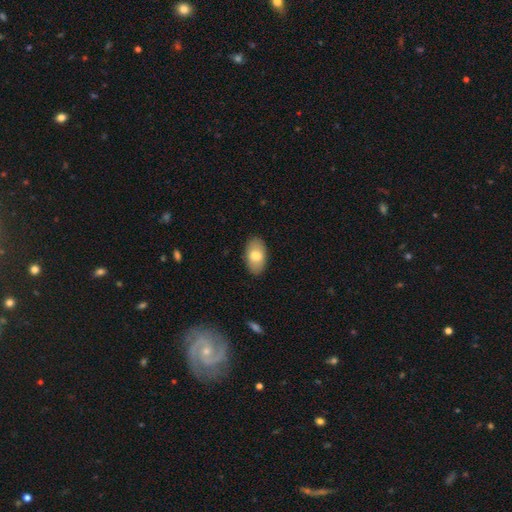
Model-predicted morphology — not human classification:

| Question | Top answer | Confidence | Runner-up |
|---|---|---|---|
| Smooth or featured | smooth | 76% | featured or disk (18%) |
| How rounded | in between | 94% | round (4%) |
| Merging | none | 88% | minor disturbance (9%) |